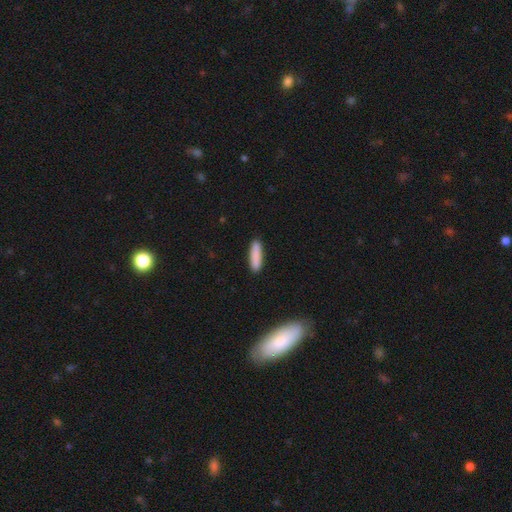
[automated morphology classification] smooth_or_featured: smooth (p=0.88) [alt: star or artifact p=0.06]
how_rounded: cigar-shaped (p=0.75) [alt: in between p=0.24]
merging: none (p=0.90) [alt: minor disturbance p=0.07]